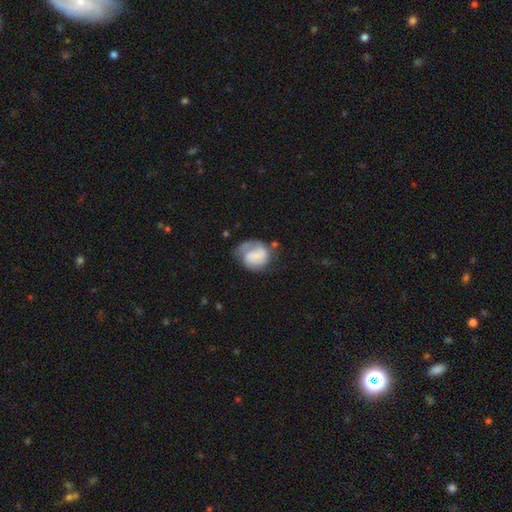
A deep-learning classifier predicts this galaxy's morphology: The model was most divided on "smooth or featured": smooth: 48%, featured or disk: 44%, star or artifact: 8%. Remaining: merging — none (37%).